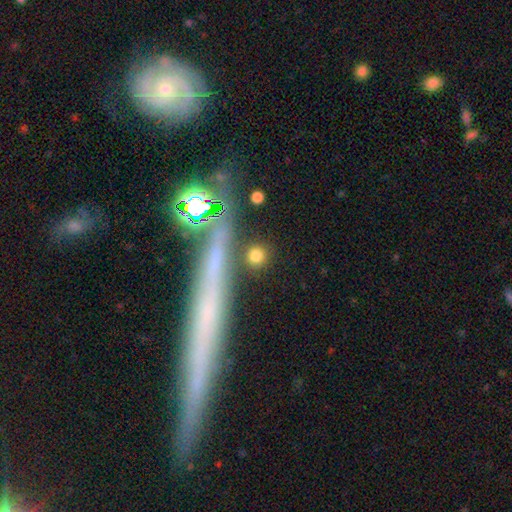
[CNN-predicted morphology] The model was most divided on "smooth or featured": smooth: 78%, star or artifact: 13%, featured or disk: 9%. More confident: how rounded — round (90%); merging — none (87%).